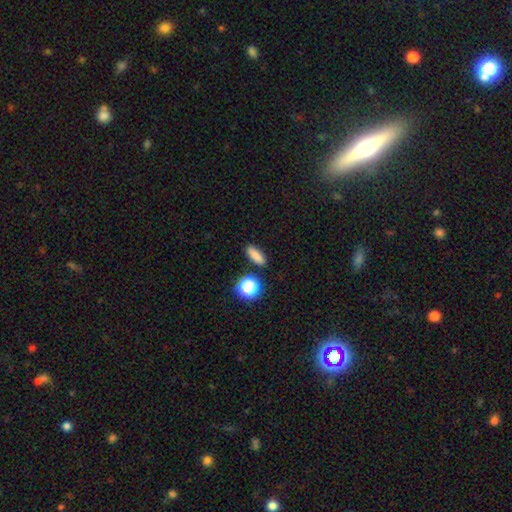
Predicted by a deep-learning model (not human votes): This appears to be a smooth galaxy with no disk features (81%) that is in between round and cigar-shaped (53%). Merging: none (87%).